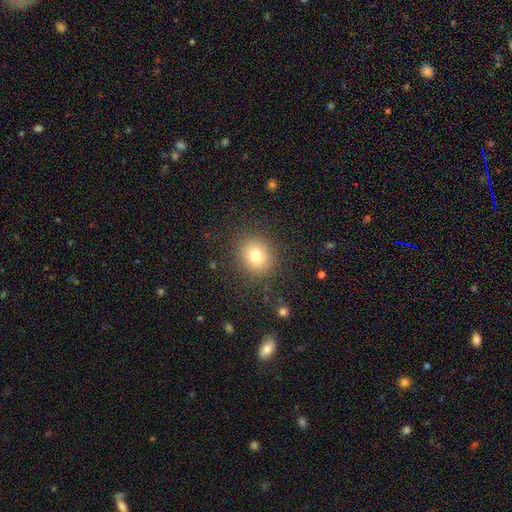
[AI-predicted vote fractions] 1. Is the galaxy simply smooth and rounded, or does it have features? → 76% smooth, 13% star or artifact, 11% featured or disk.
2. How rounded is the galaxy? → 82% round, 17% in between, 1% cigar-shaped.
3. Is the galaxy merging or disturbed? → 87% none, 8% minor disturbance, 4% major disturbance, 1% merger.